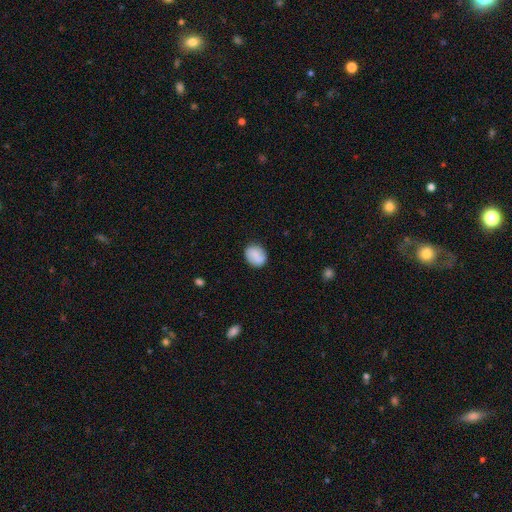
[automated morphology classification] A smooth galaxy with no disk features (80%) that is round (54%).

Vote fractions:
- Smooth or featured? smooth: 80% / featured or disk: 12% / star or artifact: 8%
- How rounded? round: 54% / in between: 45% / cigar-shaped: 1%
- Merging? none: 83% / minor disturbance: 12% / major disturbance: 3% / merger: 2%